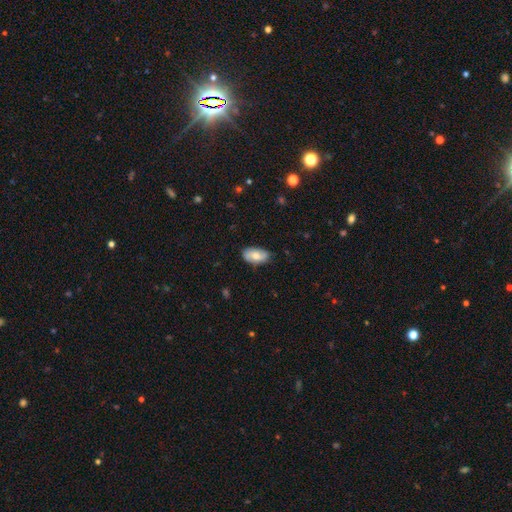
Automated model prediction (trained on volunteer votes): smooth-or-featured: smooth: 67% | featured or disk: 26% | star or artifact: 6%
  how-rounded: in between: 94% | round: 4% | cigar-shaped: 3%
  merging: none: 76% | minor disturbance: 19% | major disturbance: 3% | merger: 1%